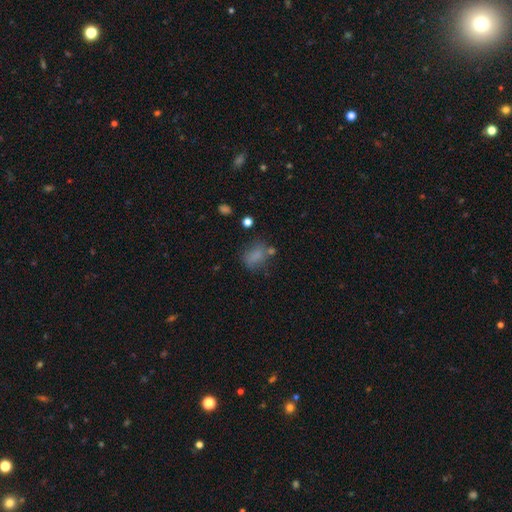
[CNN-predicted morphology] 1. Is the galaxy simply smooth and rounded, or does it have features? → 74% smooth, 14% star or artifact, 12% featured or disk.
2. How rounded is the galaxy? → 62% in between, 35% round, 2% cigar-shaped.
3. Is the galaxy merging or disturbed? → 56% none, 22% minor disturbance, 13% major disturbance, 10% merger.